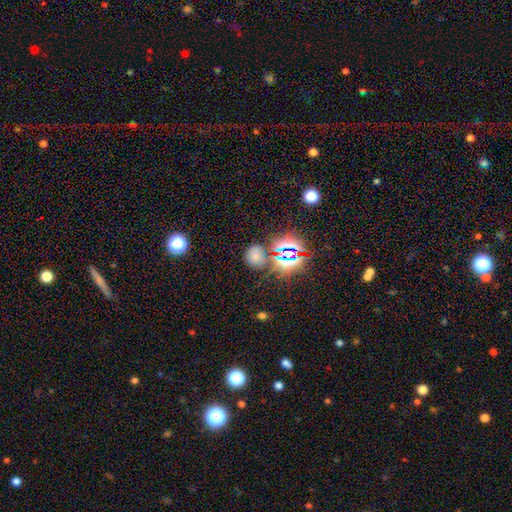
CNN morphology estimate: This is possibly a smooth galaxy (58%). How rounded: likely round (80%). Merging: likely none (78%).